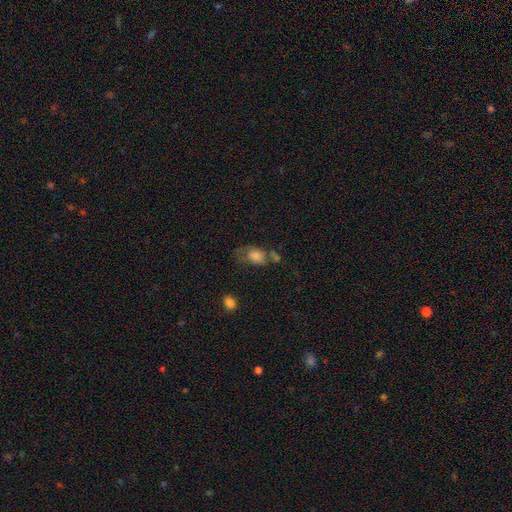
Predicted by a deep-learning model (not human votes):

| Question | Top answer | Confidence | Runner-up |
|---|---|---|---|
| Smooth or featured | smooth | 69% | featured or disk (19%) |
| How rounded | in between | 79% | round (19%) |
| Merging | none | 34% | minor disturbance (26%) |